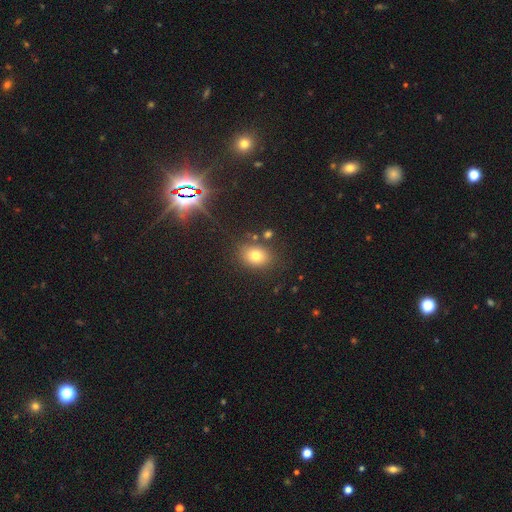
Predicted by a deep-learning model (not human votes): This is likely a smooth galaxy (76%). How rounded: possibly in between (56%). Merging: likely none (79%).